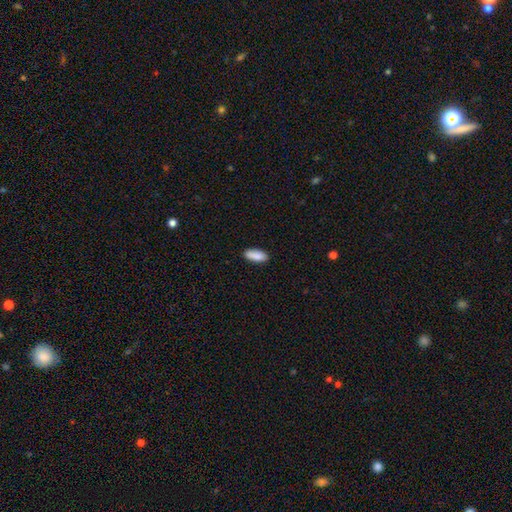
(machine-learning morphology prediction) Overall: smooth (88%). How rounded: in between (76%). Merging: none (86%).